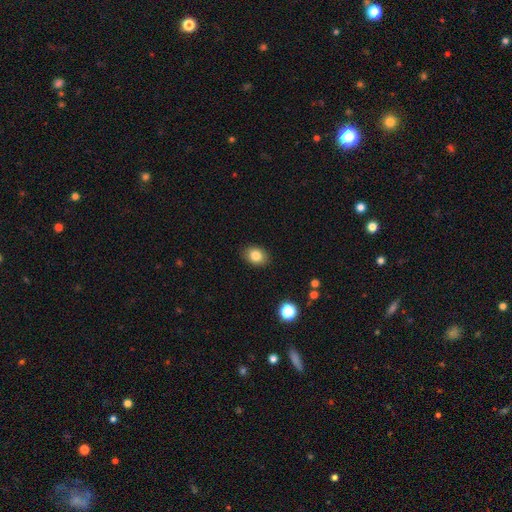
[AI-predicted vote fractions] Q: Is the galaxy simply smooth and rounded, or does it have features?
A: smooth — 83%.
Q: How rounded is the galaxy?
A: in between — 63%.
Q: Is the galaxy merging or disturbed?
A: none — 88%.